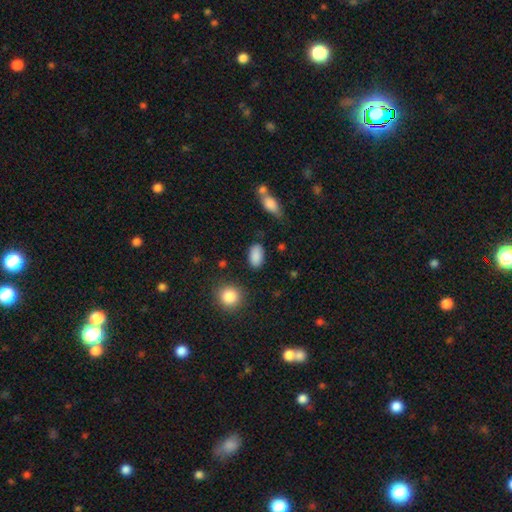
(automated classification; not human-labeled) Q: Smooth or featured?
A: smooth (87%); runner-up: star or artifact (8%)
Q: How rounded?
A: in between (91%); runner-up: round (7%)
Q: Merging?
A: none (81%); runner-up: minor disturbance (13%)